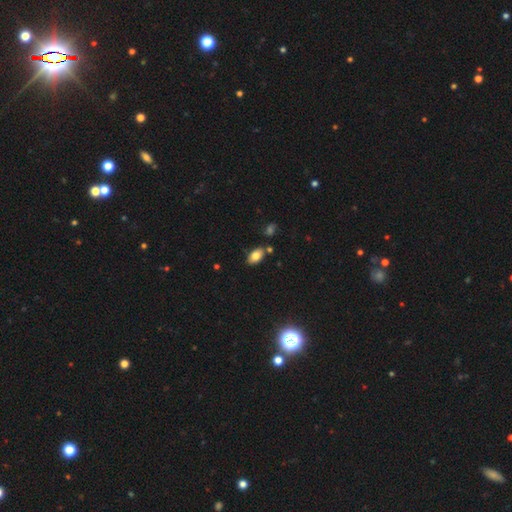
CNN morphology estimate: Q: Smooth or featured?
A: smooth (80%); runner-up: featured or disk (11%)
Q: How rounded?
A: in between (92%); runner-up: round (6%)
Q: Merging?
A: none (79%); runner-up: minor disturbance (12%)